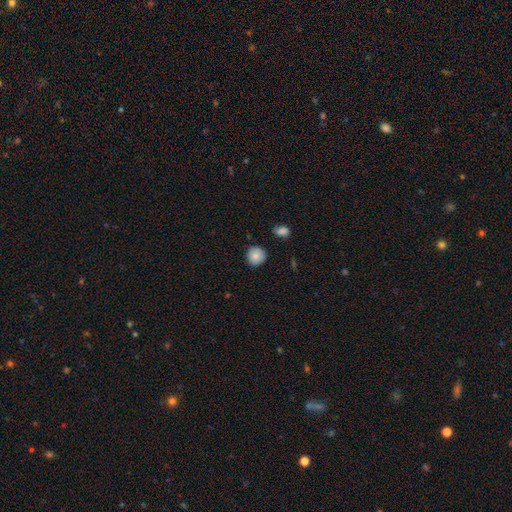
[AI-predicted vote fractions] A smooth galaxy with no disk features (84%) that is round (92%). Merging: none (86%).